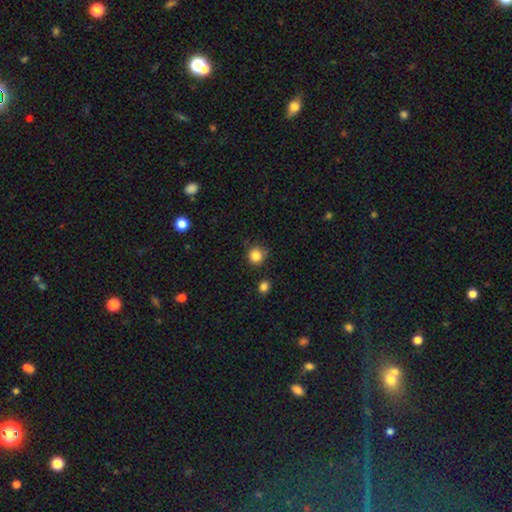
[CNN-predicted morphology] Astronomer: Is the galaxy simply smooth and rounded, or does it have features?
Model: smooth — 85%.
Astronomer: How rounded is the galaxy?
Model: round — 92%.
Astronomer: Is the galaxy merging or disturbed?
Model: none — 79%.